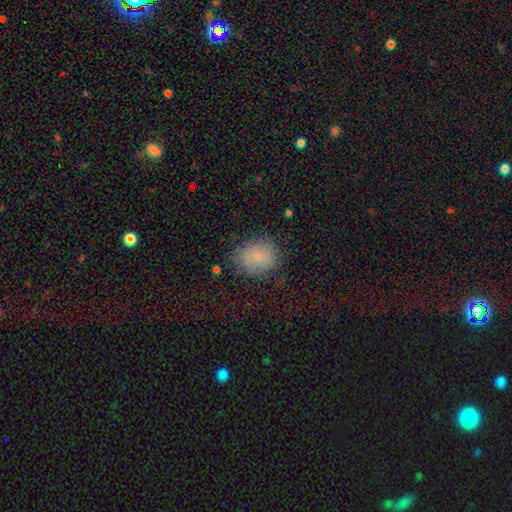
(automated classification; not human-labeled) A smooth galaxy with no disk features (75%) that is round (54%).

Vote fractions:
- Smooth or featured? smooth: 75% / featured or disk: 13% / star or artifact: 11%
- How rounded? round: 54% / in between: 45% / cigar-shaped: 1%
- Merging? none: 75% / minor disturbance: 18% / major disturbance: 6% / merger: 1%